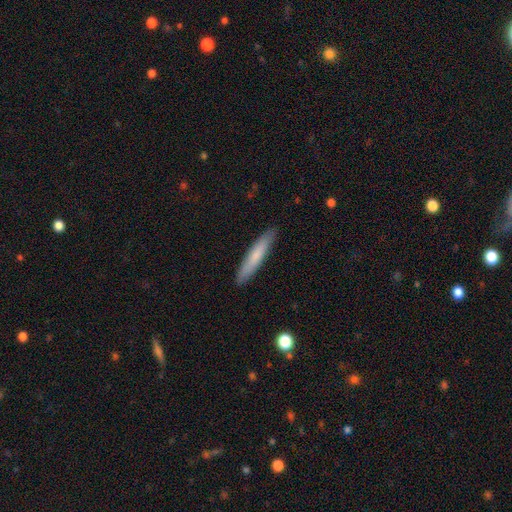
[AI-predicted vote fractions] Smooth or featured? smooth (75%)
How rounded? cigar-shaped (92%)
Merging? none (90%)